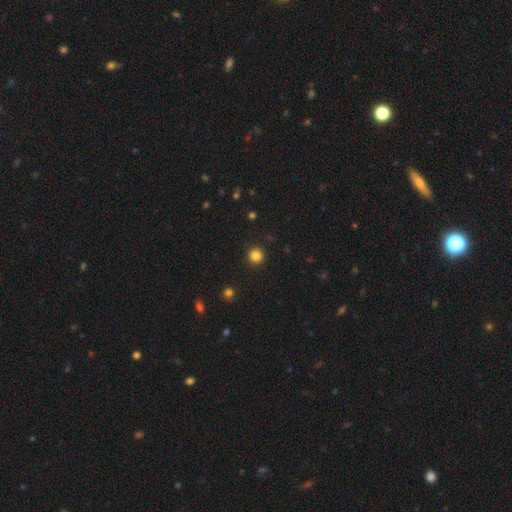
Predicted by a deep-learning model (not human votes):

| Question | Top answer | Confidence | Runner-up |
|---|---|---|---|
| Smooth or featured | smooth | 84% | star or artifact (13%) |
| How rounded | round | 96% | in between (3%) |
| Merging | none | 93% | minor disturbance (5%) |